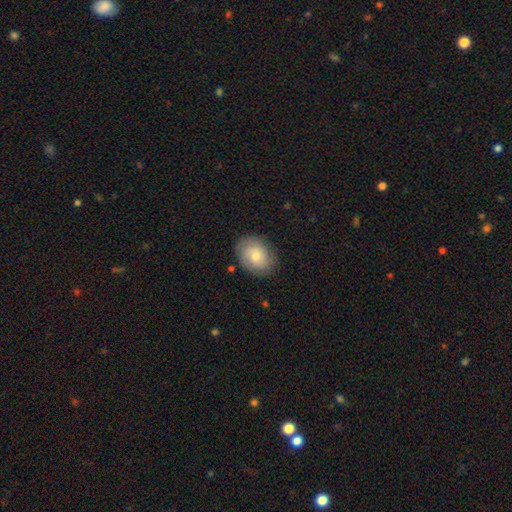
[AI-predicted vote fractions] Smooth or featured: smooth — 67% (featured or disk — 26%)
How rounded: in between — 68% (round — 31%)
Merging: none — 81% (minor disturbance — 14%)